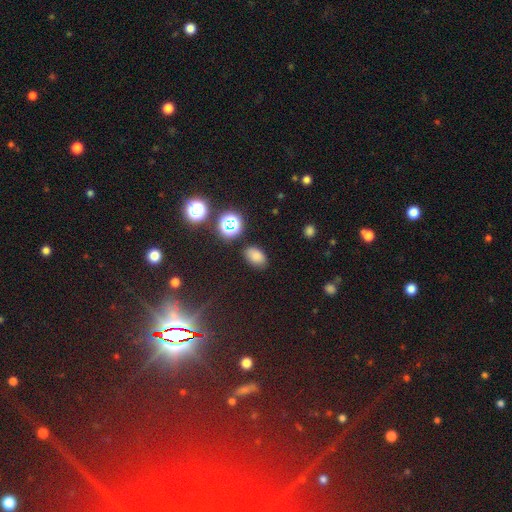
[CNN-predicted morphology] smooth 77%, star or artifact 17%, featured or disk 6%. Down the decision tree: how rounded — in between (86%); merging — none (81%).